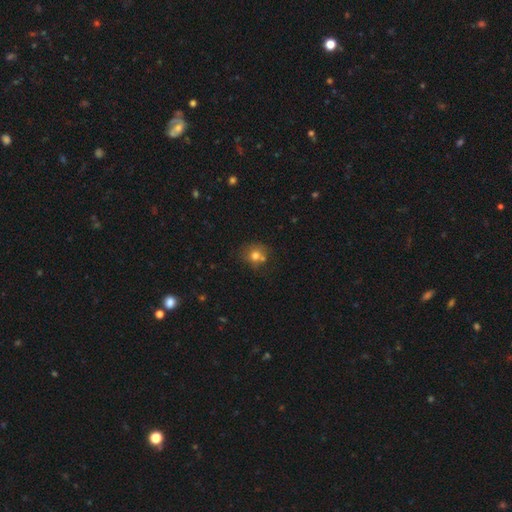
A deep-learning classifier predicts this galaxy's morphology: smooth-or-featured: smooth: 73% | featured or disk: 14% | star or artifact: 13%
  how-rounded: round: 78% | in between: 21% | cigar-shaped: 1%
  merging: none: 57% | merger: 23% | minor disturbance: 15% | major disturbance: 5%